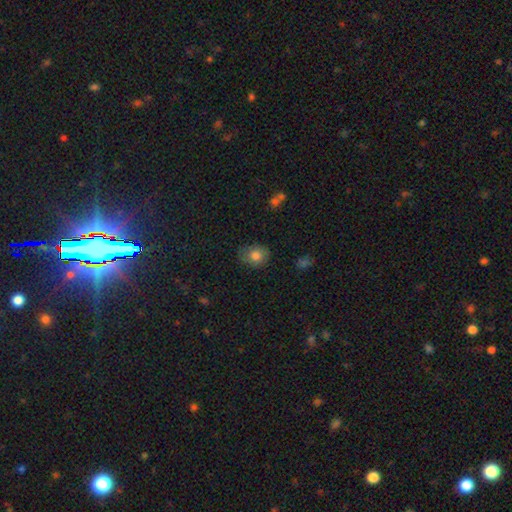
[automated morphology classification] type=smooth (81%); roundness=round (66%); merging=none (75%).